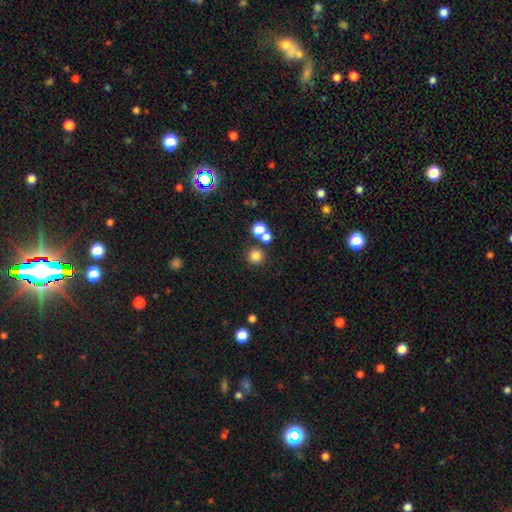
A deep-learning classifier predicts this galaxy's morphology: Smooth or featured? smooth (79%)
How rounded? round (93%)
Merging? none (73%)